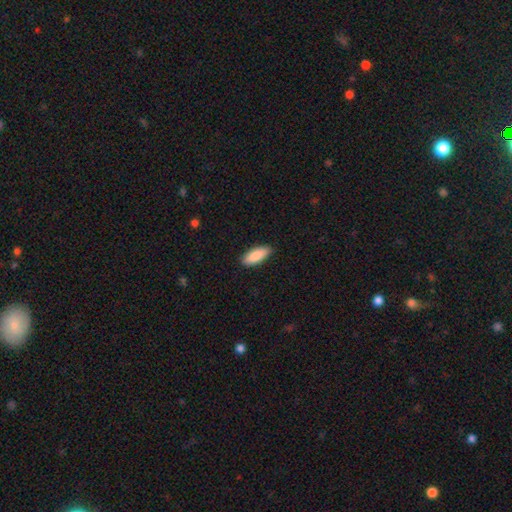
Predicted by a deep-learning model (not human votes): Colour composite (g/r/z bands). It shows a smooth galaxy with no disk features (88%) that is in between round and cigar-shaped (74%). Merging: none (88%).